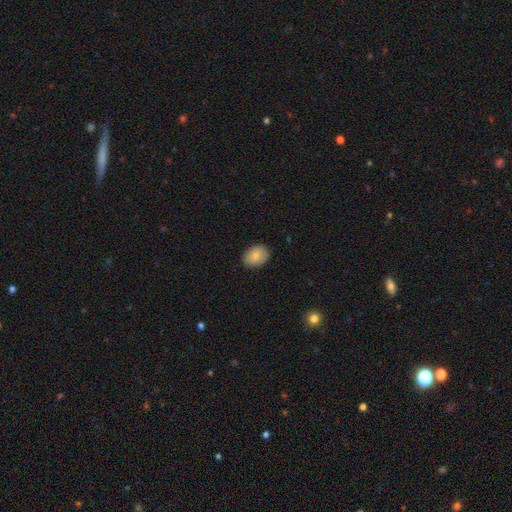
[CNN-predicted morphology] This appears to be a smooth galaxy with no disk features (84%) that is in between round and cigar-shaped (77%). Merging: none (87%).